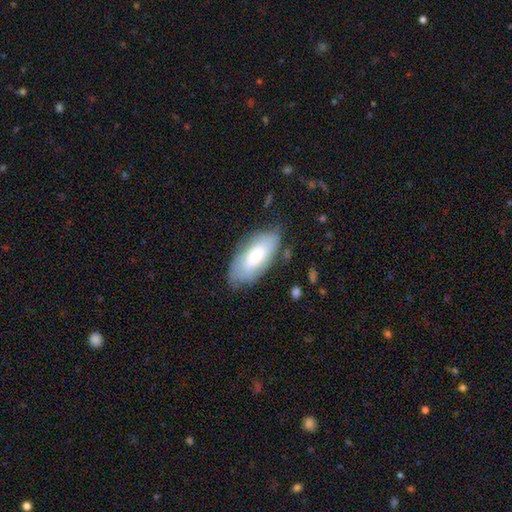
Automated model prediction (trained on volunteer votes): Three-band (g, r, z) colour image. It shows a smooth galaxy with no disk features (68%) that is in between round and cigar-shaped (89%). Merging: none (73%).